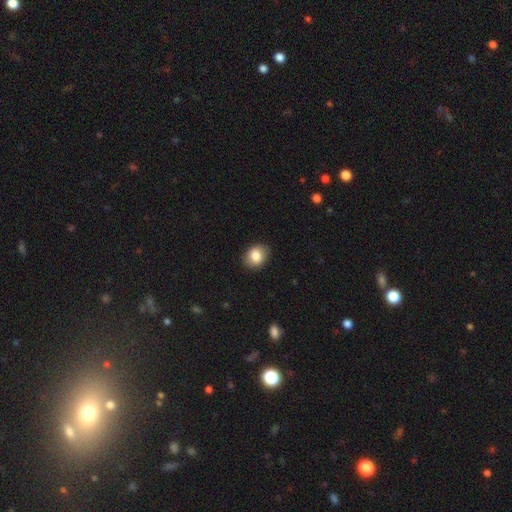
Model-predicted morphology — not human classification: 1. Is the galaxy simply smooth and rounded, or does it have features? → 84% smooth, 8% star or artifact, 8% featured or disk.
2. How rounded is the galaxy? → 54% in between, 45% round, 1% cigar-shaped.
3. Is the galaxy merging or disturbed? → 86% none, 11% minor disturbance, 2% major disturbance, 1% merger.